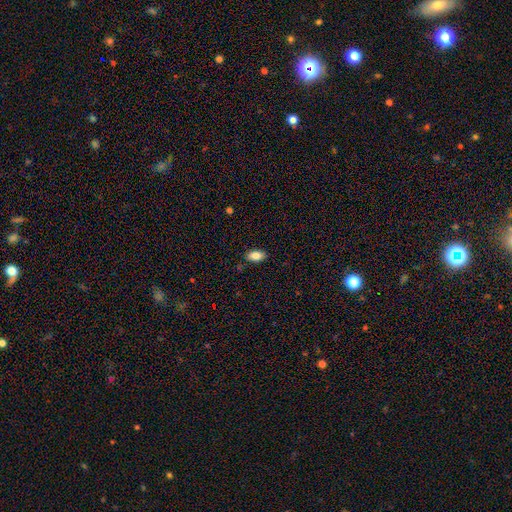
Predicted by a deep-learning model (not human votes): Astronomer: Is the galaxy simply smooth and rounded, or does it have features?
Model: smooth — 86%.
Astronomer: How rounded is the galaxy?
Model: in between — 92%.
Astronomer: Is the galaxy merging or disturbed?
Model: none — 84%.